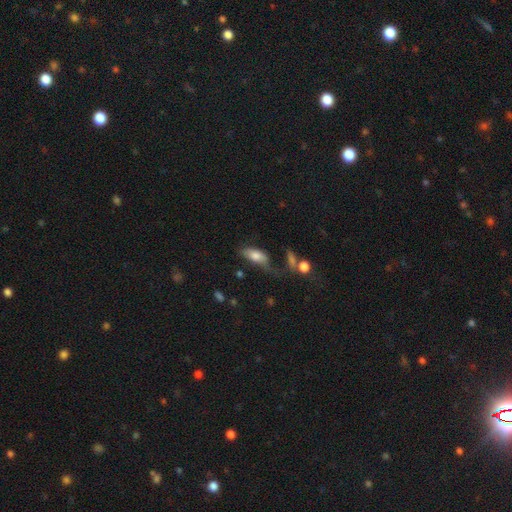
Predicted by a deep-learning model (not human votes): Morphology: type=smooth (75%); roundness=in between (83%); merging=none (37%).